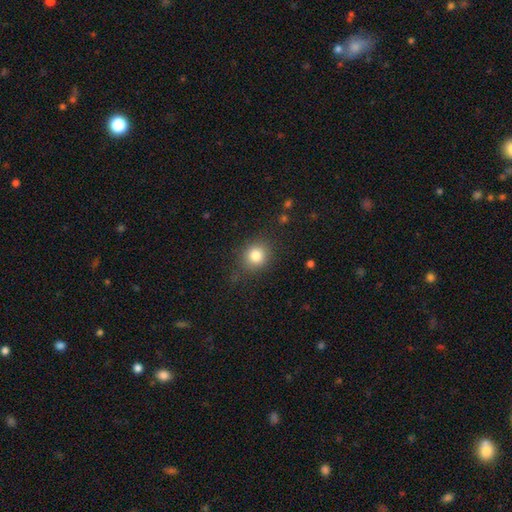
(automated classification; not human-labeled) Q: Smooth or featured?
A: smooth (81%); runner-up: star or artifact (12%)
Q: How rounded?
A: round (78%); runner-up: in between (21%)
Q: Merging?
A: none (80%); runner-up: minor disturbance (14%)